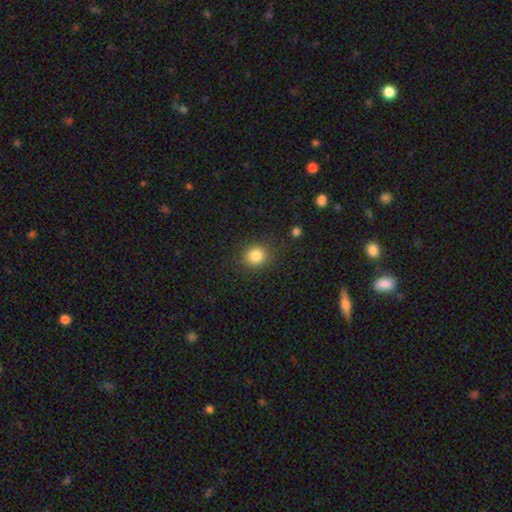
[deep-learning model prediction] This is clearly a smooth galaxy (84%). How rounded: clearly round (86%). Merging: clearly none (88%).